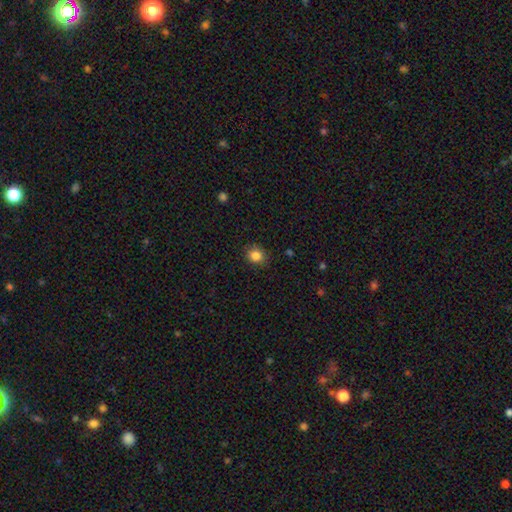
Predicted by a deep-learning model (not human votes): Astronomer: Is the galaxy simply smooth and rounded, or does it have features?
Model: smooth — 85%.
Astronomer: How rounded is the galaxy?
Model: round — 77%.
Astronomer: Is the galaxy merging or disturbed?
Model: none — 87%.